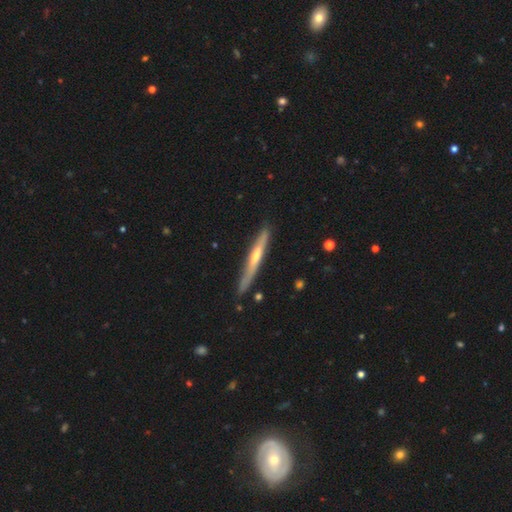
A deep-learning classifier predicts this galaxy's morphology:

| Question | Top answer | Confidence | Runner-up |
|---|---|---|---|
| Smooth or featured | featured or disk | 59% | smooth (36%) |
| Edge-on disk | yes | 94% | no (6%) |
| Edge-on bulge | rounded | 64% | none (31%) |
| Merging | none | 83% | minor disturbance (13%) |